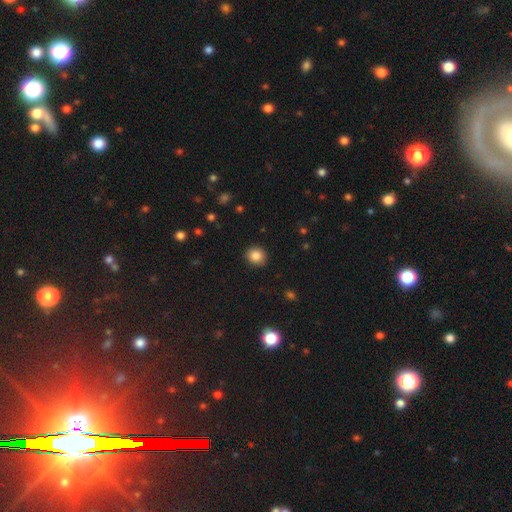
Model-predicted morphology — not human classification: The model was most divided on "how rounded": round: 85%, in between: 14%, cigar-shaped: 1%. More confident: merging — none (91%); smooth or featured — smooth (85%).